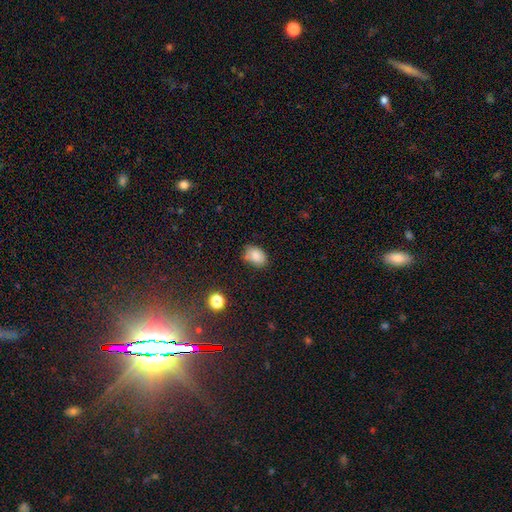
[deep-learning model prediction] Q: Smooth or featured?
A: smooth (85%); runner-up: star or artifact (9%)
Q: How rounded?
A: in between (80%); runner-up: round (18%)
Q: Merging?
A: none (67%); runner-up: minor disturbance (25%)